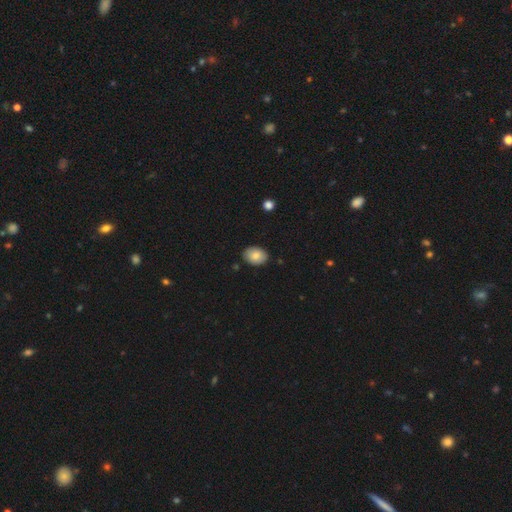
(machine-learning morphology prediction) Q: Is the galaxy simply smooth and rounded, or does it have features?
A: smooth — 83%.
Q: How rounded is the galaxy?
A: in between — 74%.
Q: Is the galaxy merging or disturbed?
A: none — 86%.